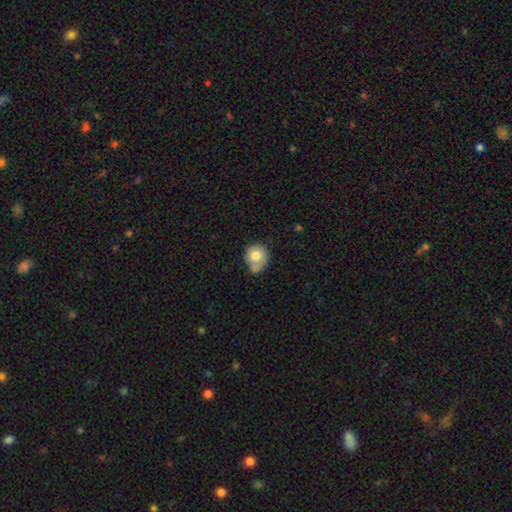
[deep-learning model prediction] Q: Smooth or featured?
A: smooth (75%); runner-up: featured or disk (17%)
Q: How rounded?
A: round (74%); runner-up: in between (25%)
Q: Merging?
A: none (40%); runner-up: minor disturbance (32%)